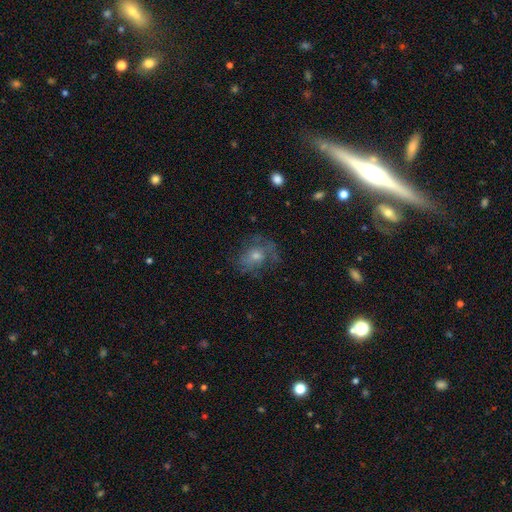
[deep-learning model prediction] smooth_or_featured: featured or disk (p=0.53) [alt: smooth p=0.30]
disk_edge_on: no (p=0.95) [alt: yes p=0.05]
bar: no (p=0.78) [alt: weak p=0.19]
has_spiral_arms: yes (p=0.69) [alt: no p=0.31]
bulge_size: moderate (p=0.53) [alt: small p=0.35]
merging: none (p=0.62) [alt: minor disturbance p=0.20]